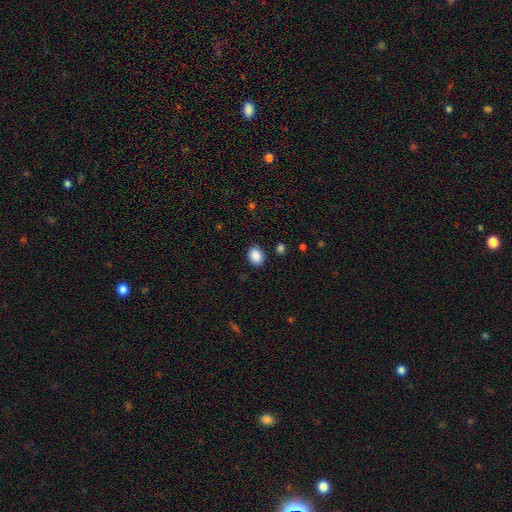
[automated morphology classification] A smooth galaxy with no disk features (88%) that is in between round and cigar-shaped (60%). Merging: none (87%).